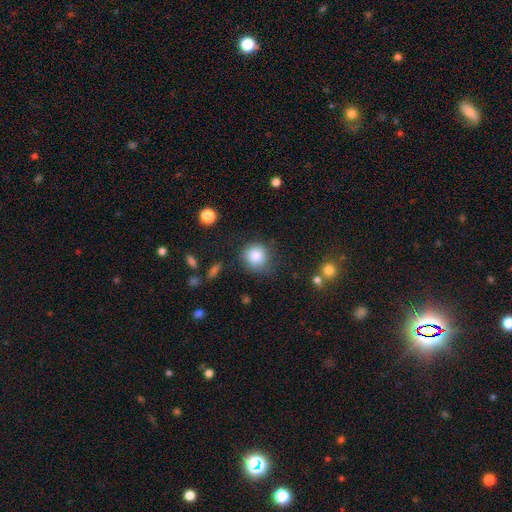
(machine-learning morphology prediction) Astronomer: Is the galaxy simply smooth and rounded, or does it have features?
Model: smooth — 83%.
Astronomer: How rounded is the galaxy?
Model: round — 87%.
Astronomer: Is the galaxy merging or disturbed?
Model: none — 71%.